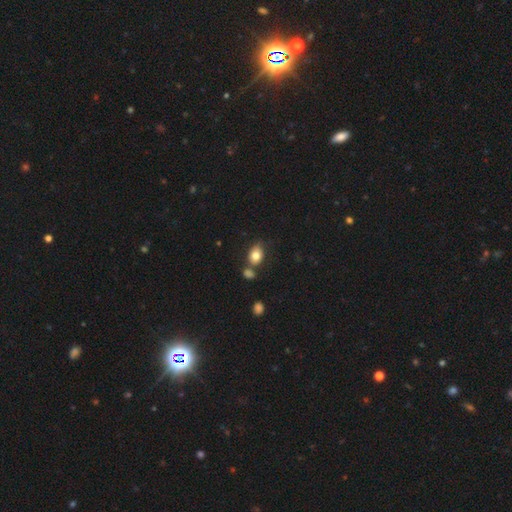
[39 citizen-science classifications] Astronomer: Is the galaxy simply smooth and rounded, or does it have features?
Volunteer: smooth — 85%.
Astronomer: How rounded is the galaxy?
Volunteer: in between — 67%.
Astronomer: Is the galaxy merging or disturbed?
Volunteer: none — 78%.